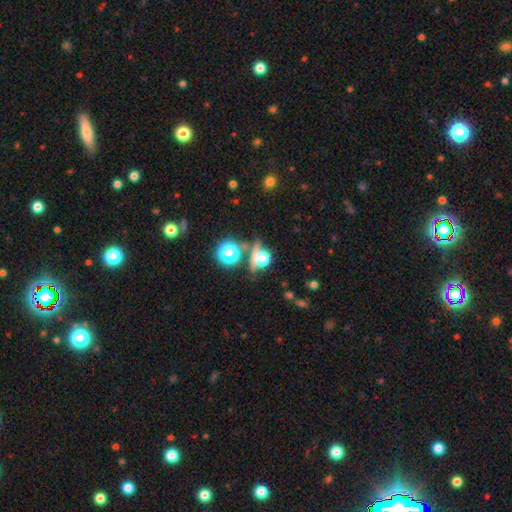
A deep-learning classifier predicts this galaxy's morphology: A smooth galaxy with no disk features (46%).

Vote fractions:
- Smooth or featured? smooth: 46% / star or artifact: 40% / featured or disk: 14%
- Merging? none: 58% / merger: 16% / minor disturbance: 14% / major disturbance: 11%